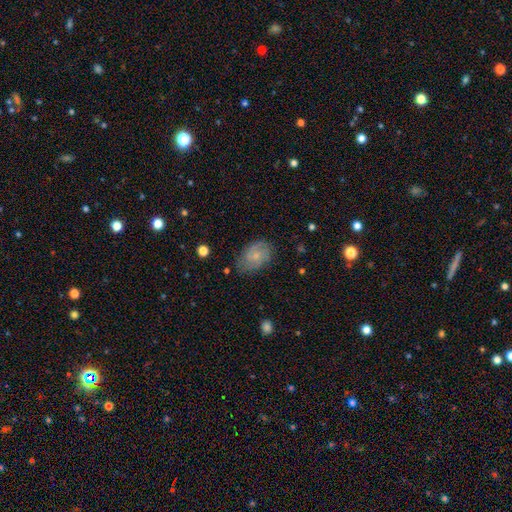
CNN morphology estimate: Smooth or featured? featured or disk (50%)
Merging? none (72%)